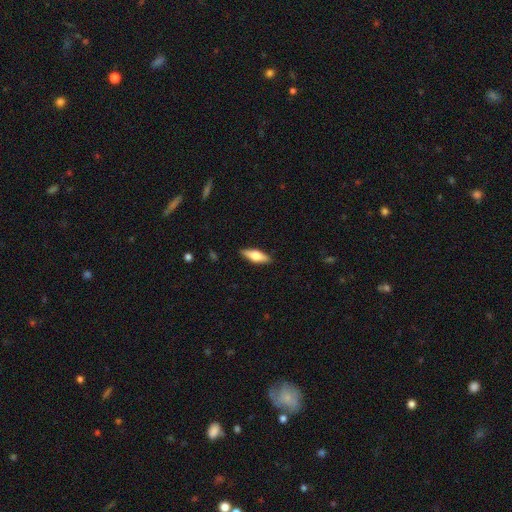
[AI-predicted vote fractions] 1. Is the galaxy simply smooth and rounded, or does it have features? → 62% smooth, 33% featured or disk, 6% star or artifact.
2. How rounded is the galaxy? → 55% in between, 43% cigar-shaped, 2% round.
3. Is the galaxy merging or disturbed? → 89% none, 8% minor disturbance, 2% major disturbance, 1% merger.